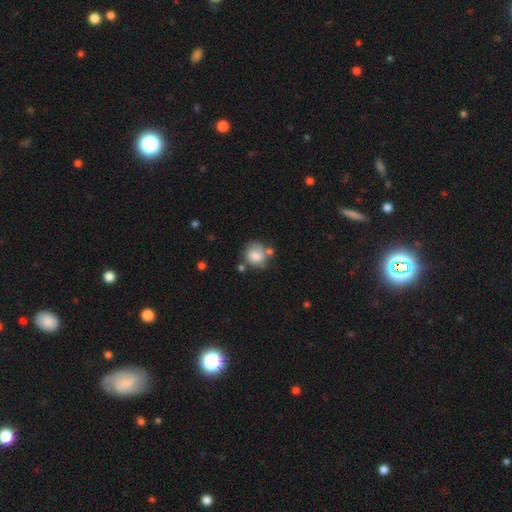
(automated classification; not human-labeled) Smooth or featured: smooth — 76% (featured or disk — 16%)
How rounded: round — 77% (in between — 22%)
Merging: none — 56% (minor disturbance — 21%)